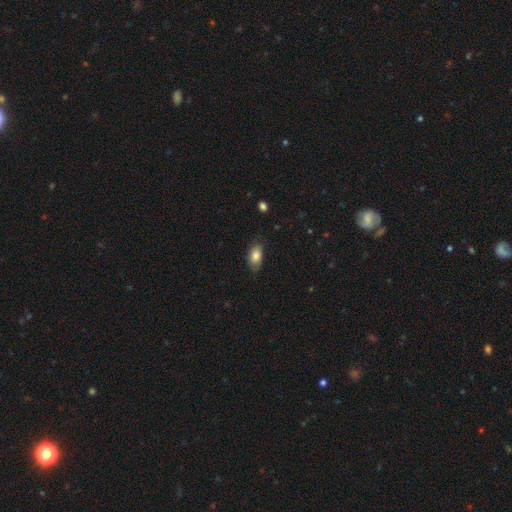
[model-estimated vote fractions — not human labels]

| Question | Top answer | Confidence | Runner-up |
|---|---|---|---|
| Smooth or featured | smooth | 84% | featured or disk (9%) |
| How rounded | in between | 90% | round (6%) |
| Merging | none | 75% | minor disturbance (20%) |